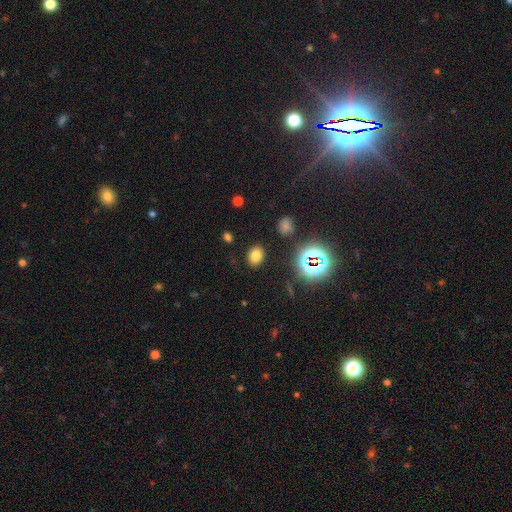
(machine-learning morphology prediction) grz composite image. It shows a smooth galaxy with no disk features (73%) that is in between round and cigar-shaped (65%). Merging: none (86%).